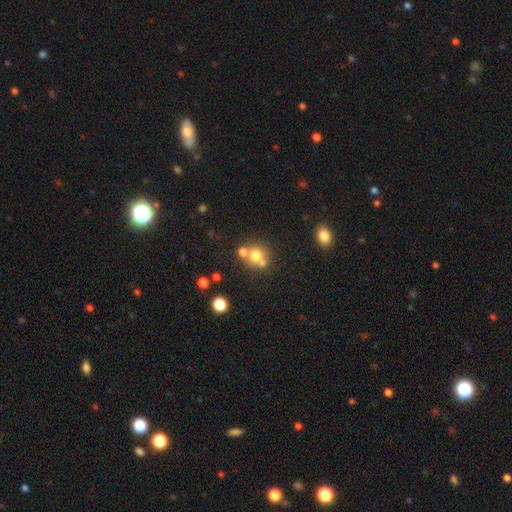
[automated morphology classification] A smooth galaxy with no disk features (70%) that is round (85%). Merging: none (51%).